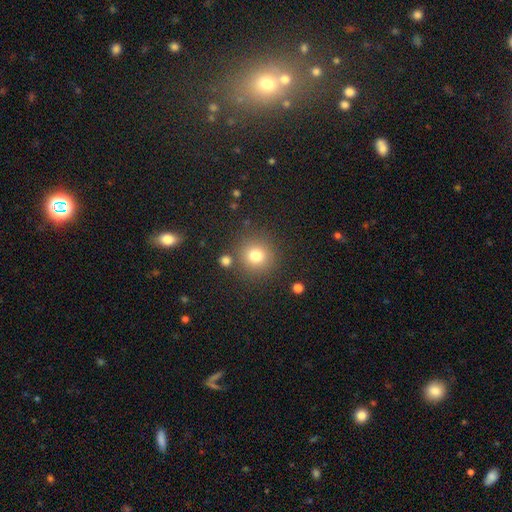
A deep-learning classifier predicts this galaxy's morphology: Overall: smooth (78%). How rounded: round (92%). Merging: none (83%).